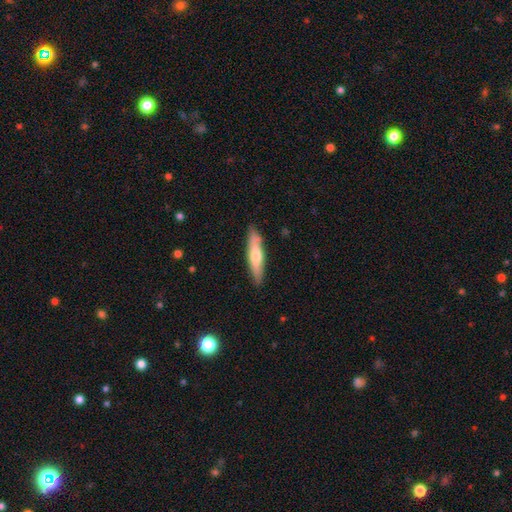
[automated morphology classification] Smooth or featured?
  - smooth: 56% *
  - featured or disk: 38%
  - star or artifact: 6%
How rounded?
  - cigar-shaped: 80% *
  - in between: 19%
  - round: 2%
Merging?
  - none: 87% *
  - minor disturbance: 10%
  - major disturbance: 2%
  - merger: 1%